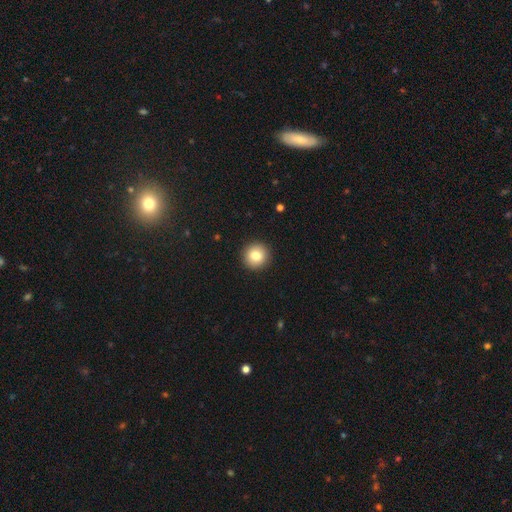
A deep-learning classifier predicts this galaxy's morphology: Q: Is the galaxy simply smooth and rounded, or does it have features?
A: smooth — 82%.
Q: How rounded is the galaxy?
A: round — 95%.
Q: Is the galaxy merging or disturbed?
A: none — 93%.